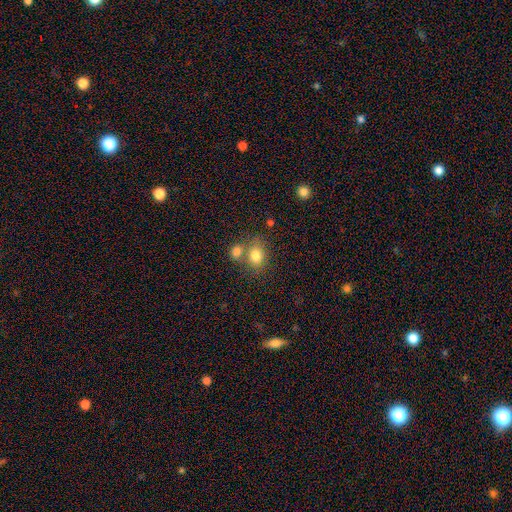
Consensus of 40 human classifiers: Q: Smooth or featured?
A: smooth (80%); runner-up: featured or disk (10%)
Q: How rounded?
A: round (50%); tied with: in between (50%)
Q: Merging?
A: none (50%); runner-up: merger (36%)